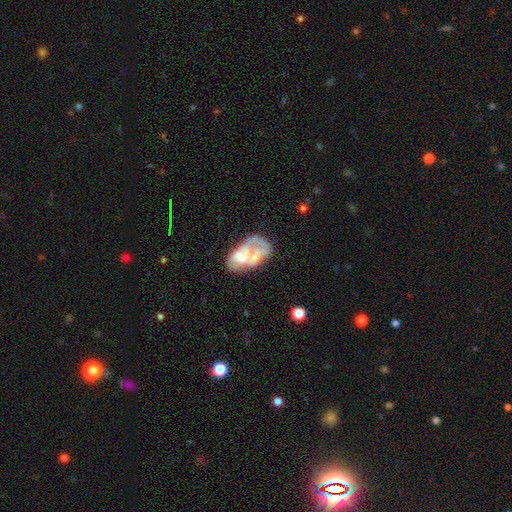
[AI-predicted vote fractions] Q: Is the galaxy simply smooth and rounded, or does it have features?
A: featured or disk — 54%.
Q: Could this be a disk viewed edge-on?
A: no — 97%.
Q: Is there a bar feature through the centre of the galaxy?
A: no — 84%.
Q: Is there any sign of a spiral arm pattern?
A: no — 81%.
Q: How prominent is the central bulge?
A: none — 38%.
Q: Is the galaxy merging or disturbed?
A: merger — 32%.